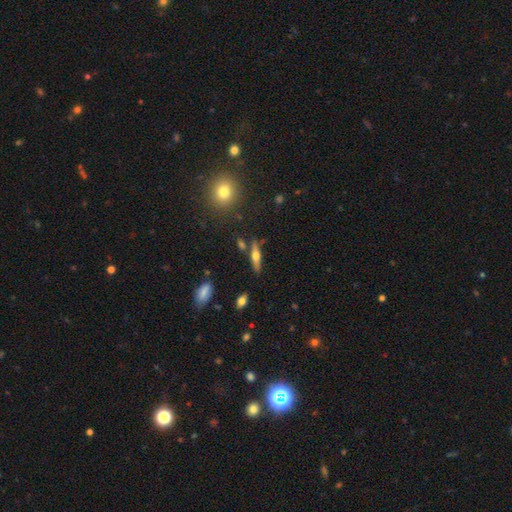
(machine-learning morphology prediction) A featured or disk galaxy (56%) viewed edge-on (93%) with a rounded central bulge (94%).

Vote fractions:
- Smooth or featured? featured or disk: 56% / smooth: 36% / star or artifact: 8%
- Edge-on disk? yes: 93% / no: 7%
- Edge-on bulge? rounded: 94% / boxy: 4% / none: 3%
- Merging? none: 79% / minor disturbance: 11% / merger: 7% / major disturbance: 3%